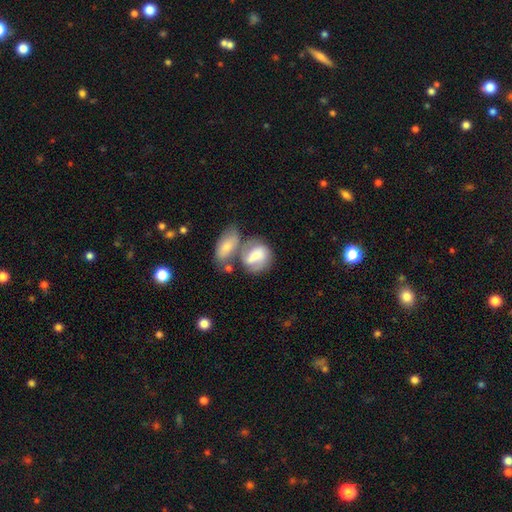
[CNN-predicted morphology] This appears to be a smooth galaxy with no disk features (62%) that is in between round and cigar-shaped (61%). Merging: merger (51%).